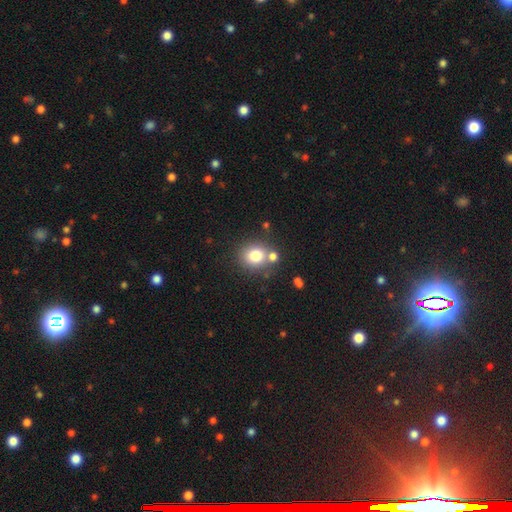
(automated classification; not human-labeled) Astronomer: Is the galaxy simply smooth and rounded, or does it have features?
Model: smooth — 78%.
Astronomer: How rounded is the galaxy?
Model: round — 77%.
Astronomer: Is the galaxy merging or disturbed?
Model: none — 67%.